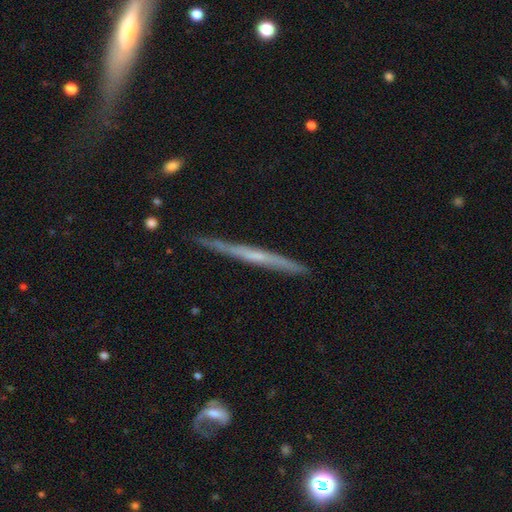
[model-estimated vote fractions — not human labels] Smooth or featured? Predicted: featured or disk (p=0.62). Edge-on disk? Predicted: yes (p=0.96). Edge-on bulge? Predicted: none (p=0.72). Merging? Predicted: none (p=0.83).